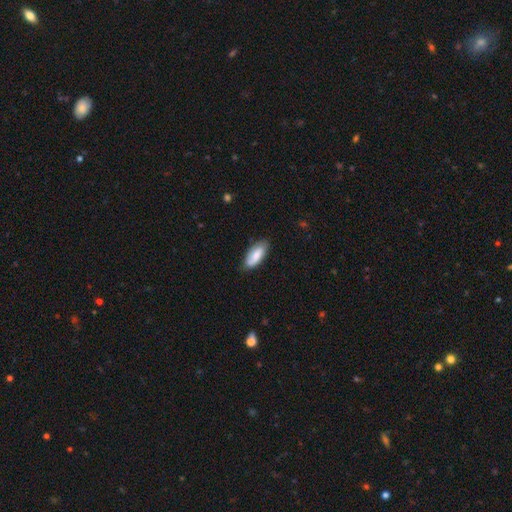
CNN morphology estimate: The model was most divided on "merging": none: 76%, minor disturbance: 20%, major disturbance: 3%, merger: 1%. More confident: how rounded — in between (83%); smooth or featured — smooth (78%).